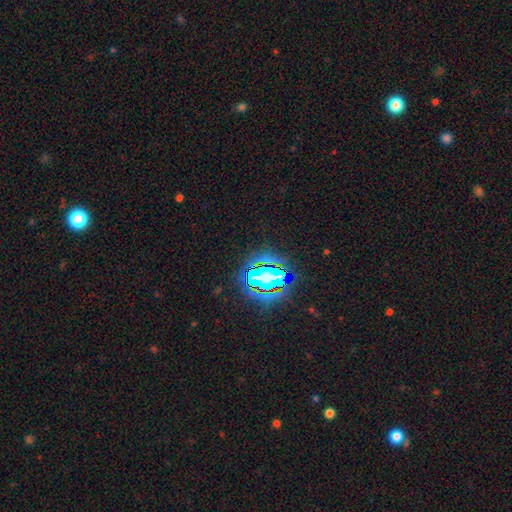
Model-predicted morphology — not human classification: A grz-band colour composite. It shows a star or artifact, not a galaxy (83%).